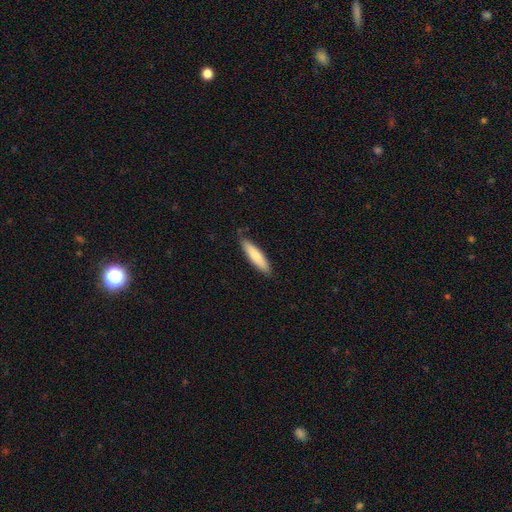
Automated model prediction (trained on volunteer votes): smooth-or-featured: smooth: 79% | featured or disk: 16% | star or artifact: 5%
  how-rounded: cigar-shaped: 75% | in between: 23% | round: 1%
  merging: none: 85% | minor disturbance: 12% | major disturbance: 2% | merger: 1%